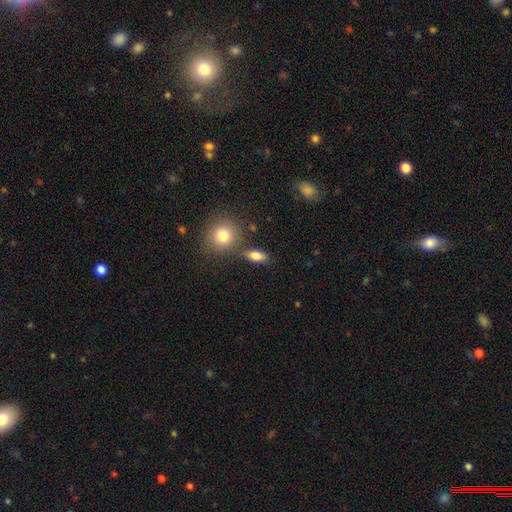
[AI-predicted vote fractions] Q: Smooth or featured?
A: smooth (82%); runner-up: star or artifact (9%)
Q: How rounded?
A: in between (78%); runner-up: round (11%)
Q: Merging?
A: none (74%); runner-up: minor disturbance (12%)